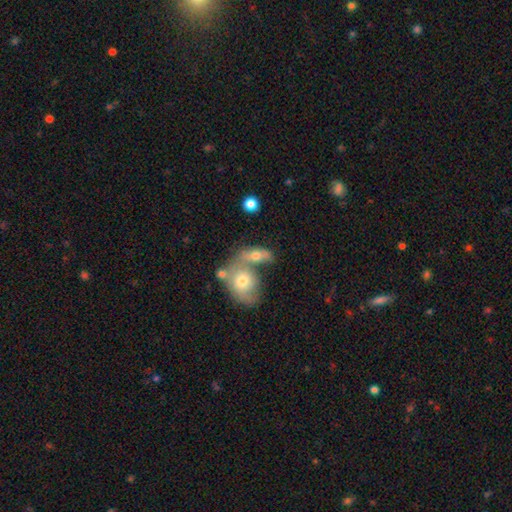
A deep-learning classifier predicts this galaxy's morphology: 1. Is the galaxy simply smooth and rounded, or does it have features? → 62% smooth, 30% featured or disk, 9% star or artifact.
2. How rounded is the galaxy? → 73% in between, 17% round, 10% cigar-shaped.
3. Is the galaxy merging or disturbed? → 53% merger, 28% none, 11% minor disturbance, 7% major disturbance.